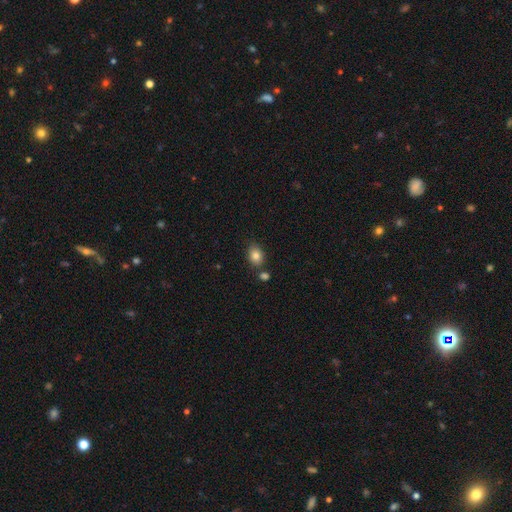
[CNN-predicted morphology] A smooth galaxy with no disk features (83%) that is in between round and cigar-shaped (67%). Merging: none (73%).